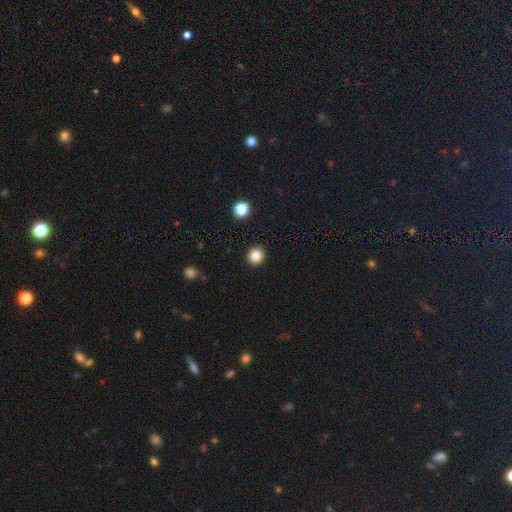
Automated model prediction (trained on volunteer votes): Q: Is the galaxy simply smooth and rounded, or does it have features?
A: smooth — 85%.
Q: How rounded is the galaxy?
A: round — 92%.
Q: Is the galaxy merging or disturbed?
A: none — 92%.